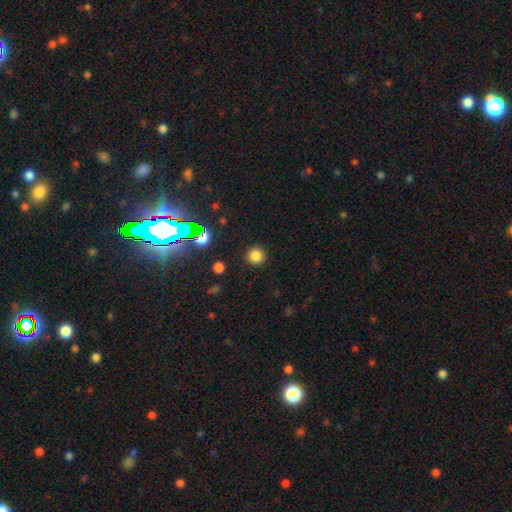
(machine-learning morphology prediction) A smooth galaxy with no disk features (80%) that is round (94%).

Vote fractions:
- Smooth or featured? smooth: 80% / star or artifact: 16% / featured or disk: 4%
- How rounded? round: 94% / in between: 5% / cigar-shaped: 1%
- Merging? none: 90% / minor disturbance: 6% / major disturbance: 2% / merger: 1%